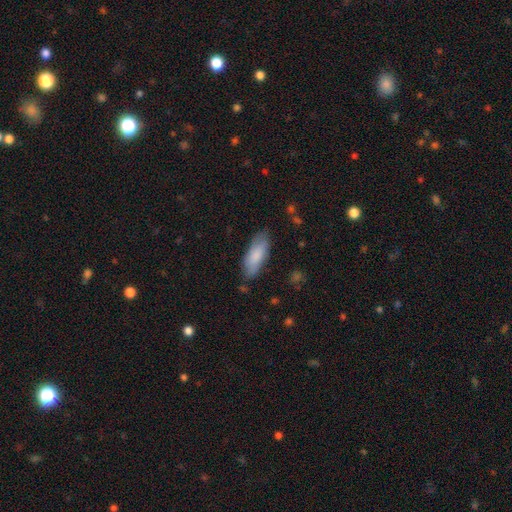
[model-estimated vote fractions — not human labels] Smooth or featured: smooth — 80% (featured or disk — 15%)
How rounded: in between — 73% (cigar-shaped — 25%)
Merging: none — 76% (minor disturbance — 18%)